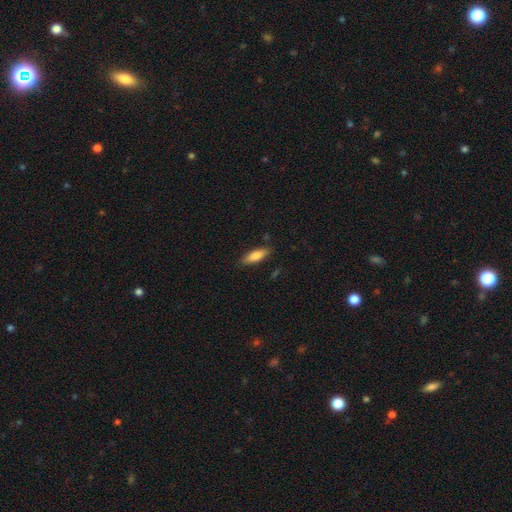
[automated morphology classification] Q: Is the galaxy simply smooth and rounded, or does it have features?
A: smooth — 80%.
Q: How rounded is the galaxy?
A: in between — 56%.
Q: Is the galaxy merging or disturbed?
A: none — 85%.